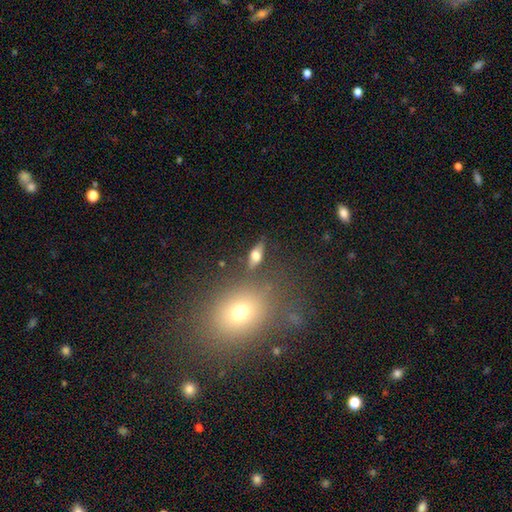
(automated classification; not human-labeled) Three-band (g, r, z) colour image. It shows a smooth galaxy with no disk features (48%). Merging: none (79%).